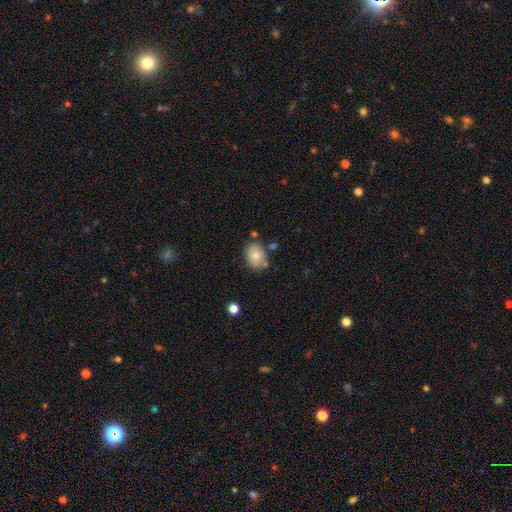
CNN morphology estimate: Smooth or featured: smooth — 75% (featured or disk — 16%)
How rounded: in between — 65% (round — 34%)
Merging: none — 75% (minor disturbance — 15%)